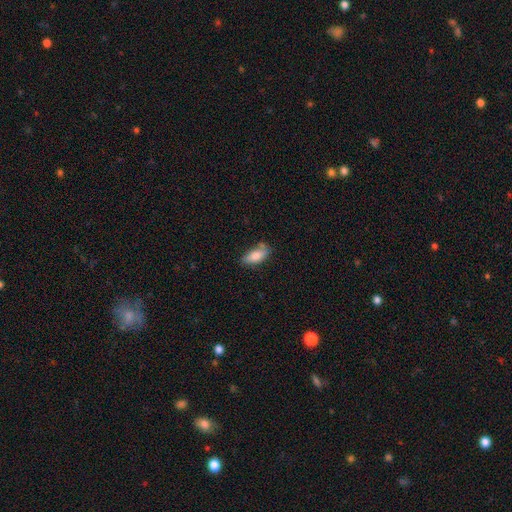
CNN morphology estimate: A smooth galaxy with no disk features (82%) that is in between round and cigar-shaped (86%). Merging: none (59%).